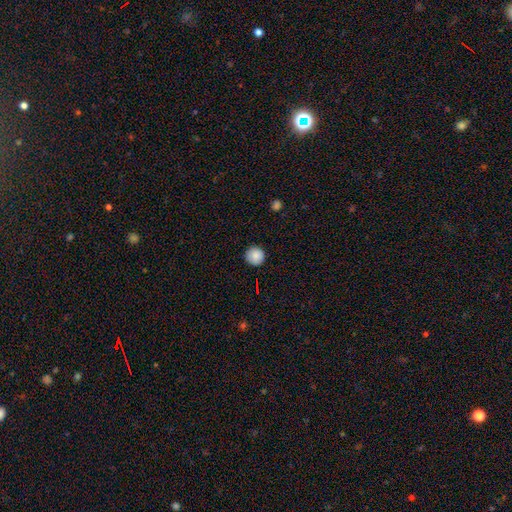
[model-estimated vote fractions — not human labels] This is clearly a smooth galaxy (87%). How rounded: clearly round (96%). Merging: clearly none (90%).